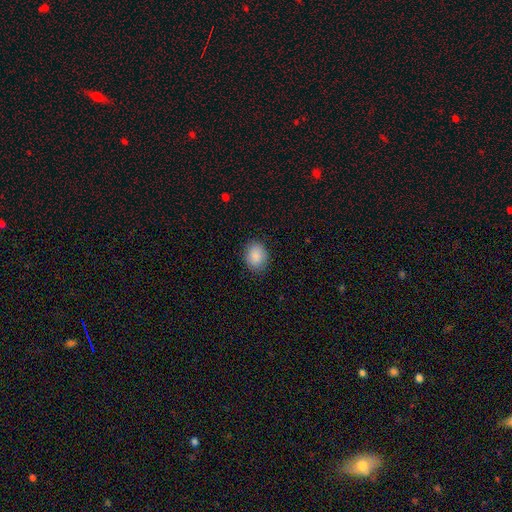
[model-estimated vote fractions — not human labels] smooth_or_featured: smooth (p=0.89) [alt: star or artifact p=0.07]
how_rounded: in between (p=0.52) [alt: round p=0.47]
merging: none (p=0.86) [alt: minor disturbance p=0.10]